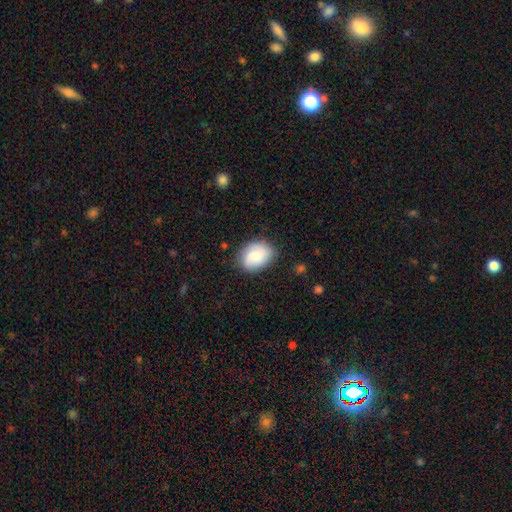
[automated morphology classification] Smooth or featured? smooth (73%)
How rounded? in between (68%)
Merging? none (75%)